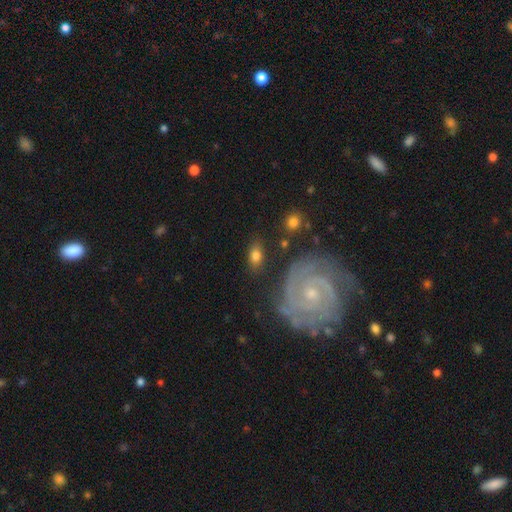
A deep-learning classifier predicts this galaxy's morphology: Smooth or featured? smooth (68%)
How rounded? in between (86%)
Merging? none (77%)